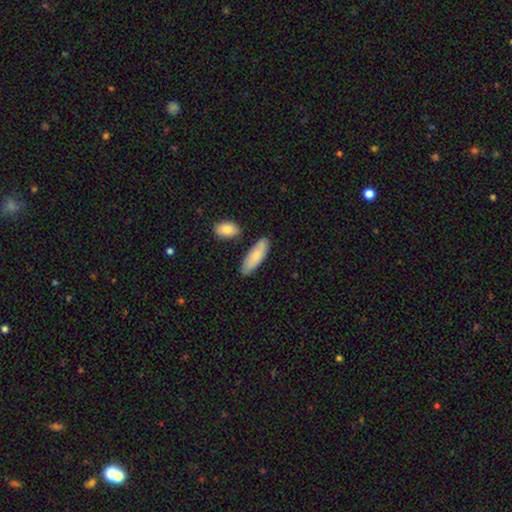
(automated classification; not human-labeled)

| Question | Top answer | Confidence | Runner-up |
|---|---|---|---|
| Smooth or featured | smooth | 80% | featured or disk (15%) |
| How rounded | in between | 58% | cigar-shaped (40%) |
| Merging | none | 79% | minor disturbance (14%) |